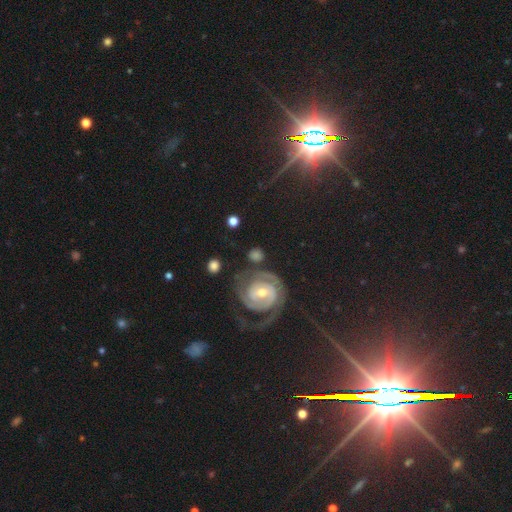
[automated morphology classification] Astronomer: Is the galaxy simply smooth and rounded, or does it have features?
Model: featured or disk — 65%.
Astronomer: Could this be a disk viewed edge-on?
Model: no — 95%.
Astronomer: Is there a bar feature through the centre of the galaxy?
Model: no — 46% (runner-up: weak, 36%).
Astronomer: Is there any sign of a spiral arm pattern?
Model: yes — 90%.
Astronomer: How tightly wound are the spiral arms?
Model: tight — 65%.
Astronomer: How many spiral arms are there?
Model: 2 — 60%.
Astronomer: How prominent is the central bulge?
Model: moderate — 54% (runner-up: small, 38%).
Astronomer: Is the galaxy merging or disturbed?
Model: none — 67%.